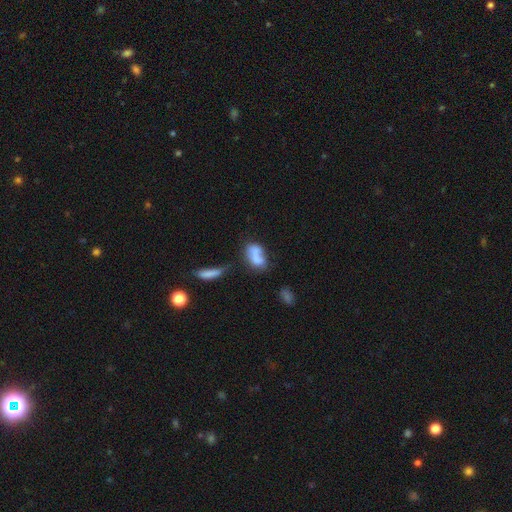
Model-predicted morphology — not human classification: Smooth or featured? Predicted: smooth (p=0.66). How rounded? Predicted: in between (p=0.84). Merging? Predicted: merger (p=0.47).